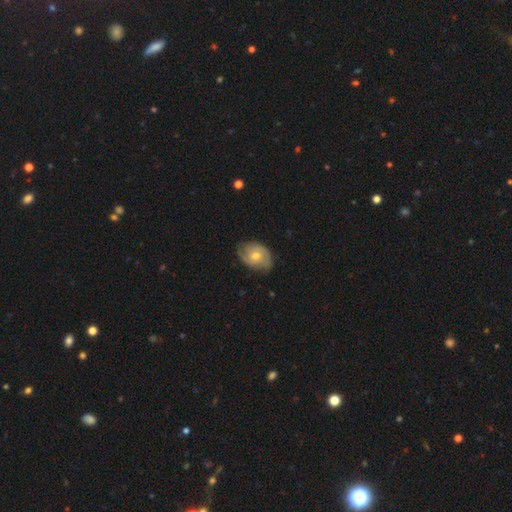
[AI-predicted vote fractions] Smooth or featured?
  - featured or disk: 69% *
  - smooth: 25%
  - star or artifact: 6%
Edge-on disk?
  - no: 96% *
  - yes: 4%
Bar?
  - no: 69% *
  - weak: 27%
  - strong: 4%
Spiral arms?
  - yes: 88% *
  - no: 12%
Spiral winding?
  - tight: 49% *
  - medium: 37%
  - loose: 14%
Spiral arm count?
  - 2: 53% *
  - can't tell: 23%
  - 3: 14%
  - 1: 4%
  - 4: 3%
  - more than 4: 3%
Bulge size?
  - moderate: 60% *
  - small: 36%
  - large: 2%
  - none: 1%
  - dominant: 1%
Merging?
  - none: 72% *
  - minor disturbance: 22%
  - major disturbance: 5%
  - merger: 1%